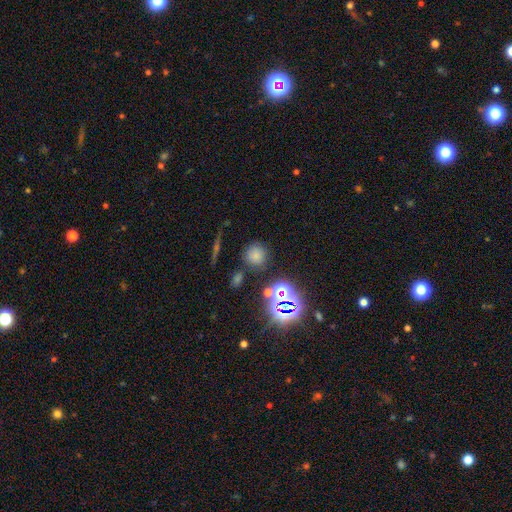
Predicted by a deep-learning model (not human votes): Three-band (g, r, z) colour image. It shows a smooth galaxy with no disk features (67%) that is round (91%). Merging: none (82%).